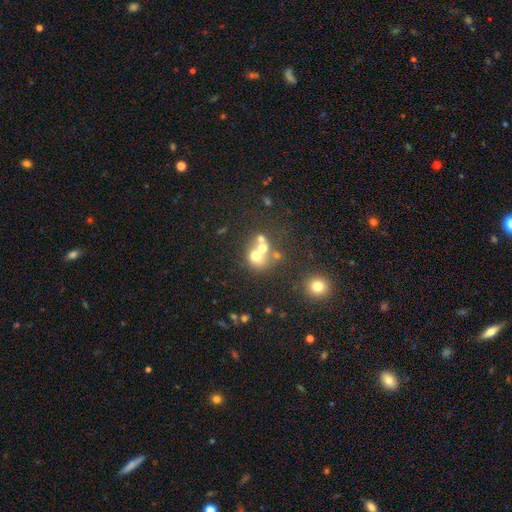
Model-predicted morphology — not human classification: Smooth or featured: smooth — 58% (featured or disk — 25%)
How rounded: round — 76% (in between — 23%)
Merging: merger — 52% (none — 35%)